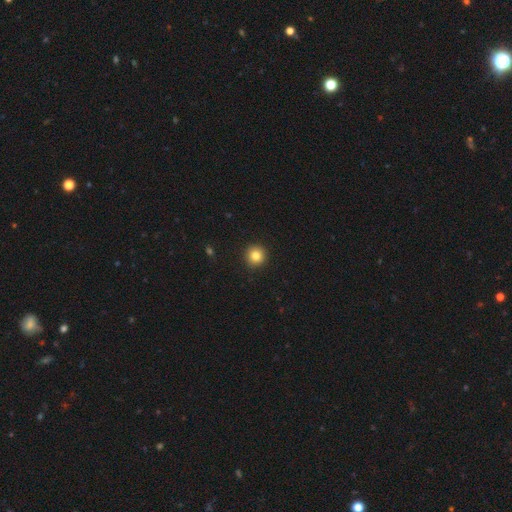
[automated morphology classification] This is clearly a smooth galaxy (83%). How rounded: clearly round (94%). Merging: clearly none (92%).